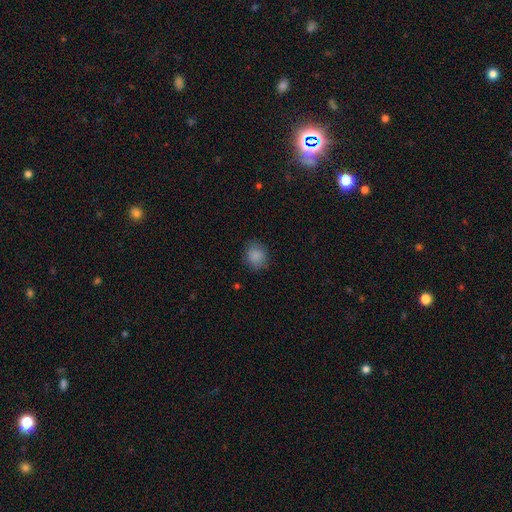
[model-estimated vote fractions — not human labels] Smooth or featured?
  - smooth: 86% *
  - star or artifact: 9%
  - featured or disk: 4%
How rounded?
  - round: 75% *
  - in between: 24%
  - cigar-shaped: 1%
Merging?
  - none: 83% *
  - minor disturbance: 12%
  - major disturbance: 4%
  - merger: 1%